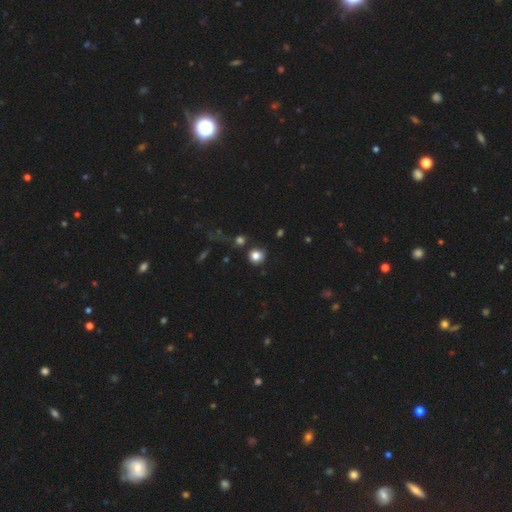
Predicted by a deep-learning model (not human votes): Smooth or featured? Predicted: smooth (p=0.83). How rounded? Predicted: round (p=0.89). Merging? Predicted: none (p=0.80).